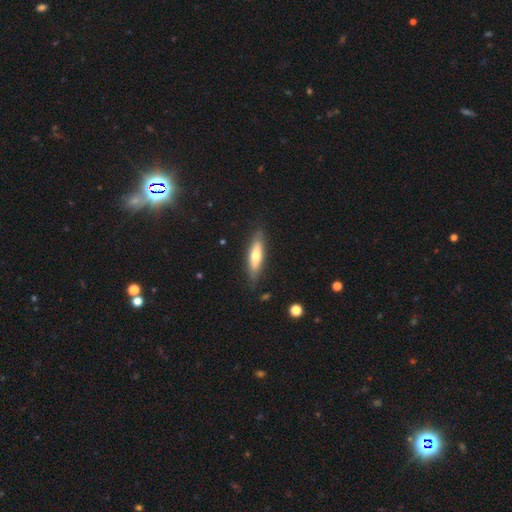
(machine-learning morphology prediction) A smooth galaxy with no disk features (61%) that is cigar-shaped (66%). Merging: none (83%).